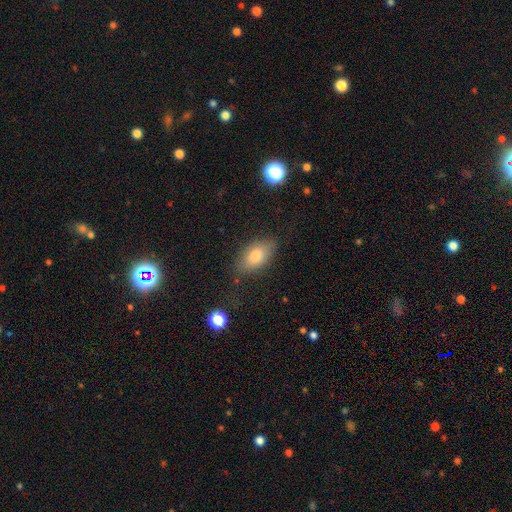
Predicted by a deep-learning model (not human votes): A smooth galaxy with no disk features (77%) that is in between round and cigar-shaped (89%). Merging: none (77%).